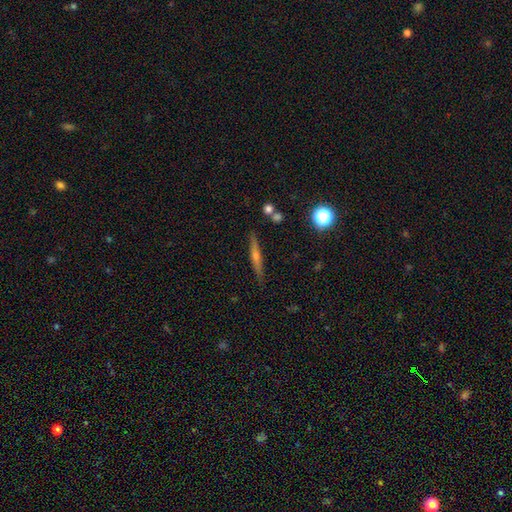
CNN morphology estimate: featured or disk 58%, smooth 33%, star or artifact 9%. Down the decision tree: edge-on disk — yes (96%); edge-on bulge — rounded (75%); merging — none (87%).